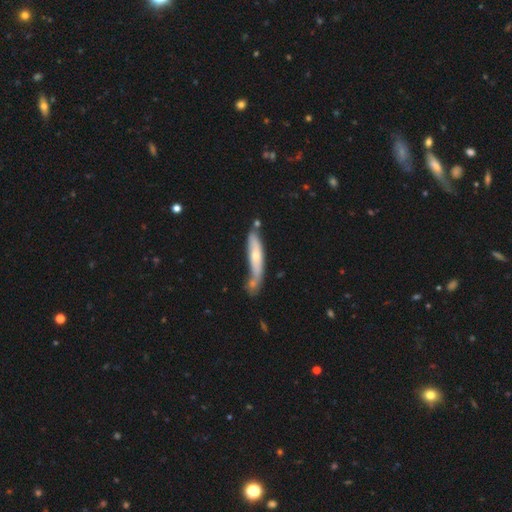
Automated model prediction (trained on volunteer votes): A smooth galaxy with no disk features (53%) that is cigar-shaped (81%). Merging: none (43%).